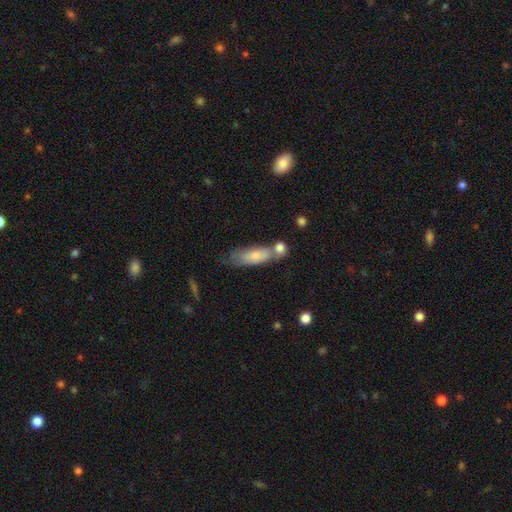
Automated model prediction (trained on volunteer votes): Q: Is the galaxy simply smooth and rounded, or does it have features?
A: smooth — 74%.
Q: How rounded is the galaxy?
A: in between — 59%.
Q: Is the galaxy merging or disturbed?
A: none — 38%.